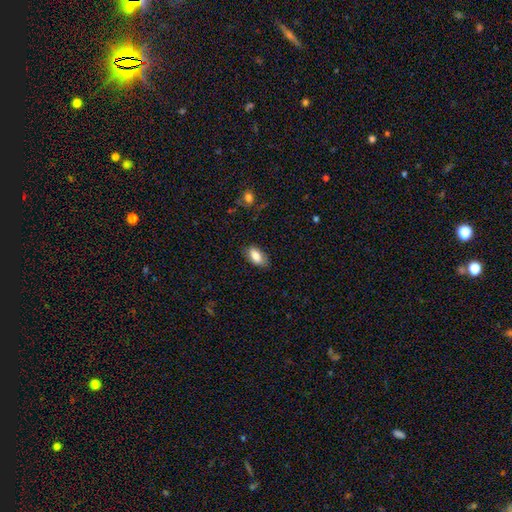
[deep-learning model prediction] This is clearly a smooth galaxy (84%). How rounded: clearly in between (91%). Merging: clearly none (82%).